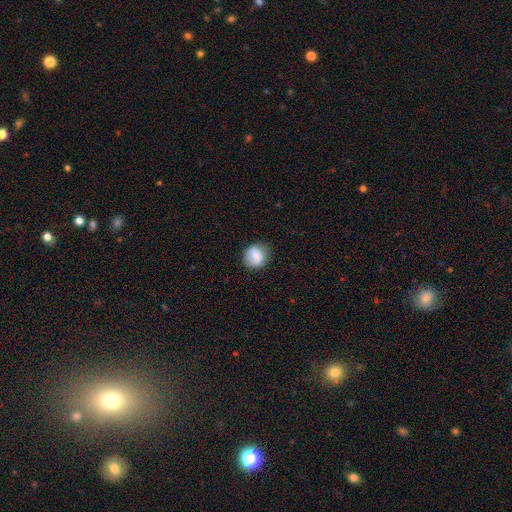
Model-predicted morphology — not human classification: type=smooth (77%); roundness=round (79%); merging=none (80%).